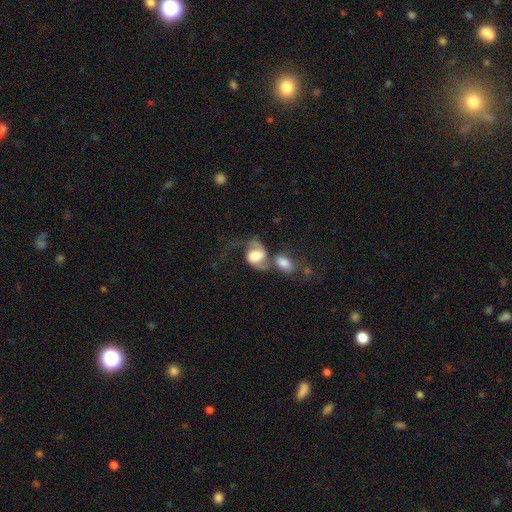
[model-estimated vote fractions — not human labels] A featured or disk galaxy (61%) with no bar (49%), 2 (80%) loose (63%) spiral arms (87%) and a large central bulge (43%). Merging: merger (55%).